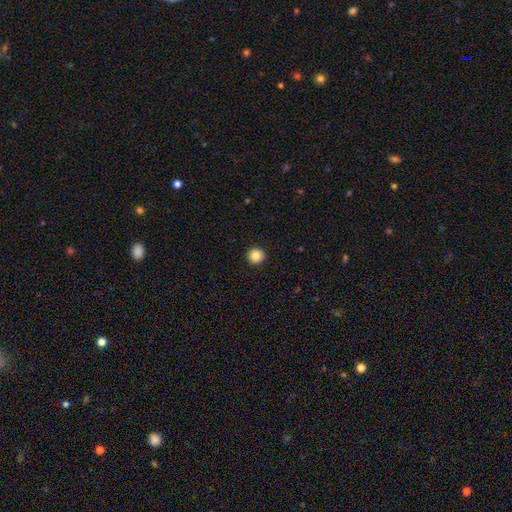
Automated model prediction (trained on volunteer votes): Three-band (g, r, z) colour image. It shows a smooth galaxy with no disk features (87%) that is round (95%). Merging: none (93%).